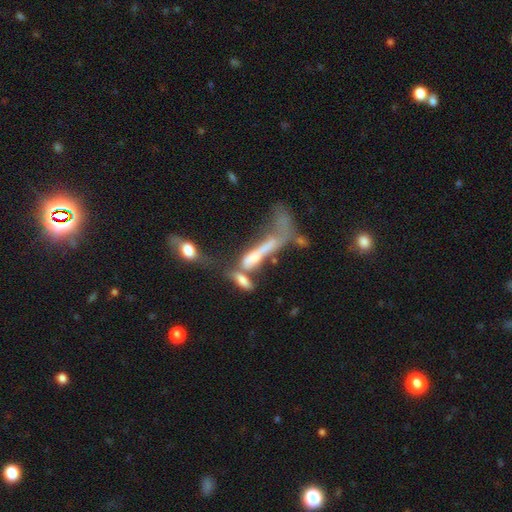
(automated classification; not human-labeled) smooth_or_featured: featured or disk (p=0.46) [alt: smooth p=0.40]
merging: merger (p=0.58) [alt: major disturbance p=0.24]